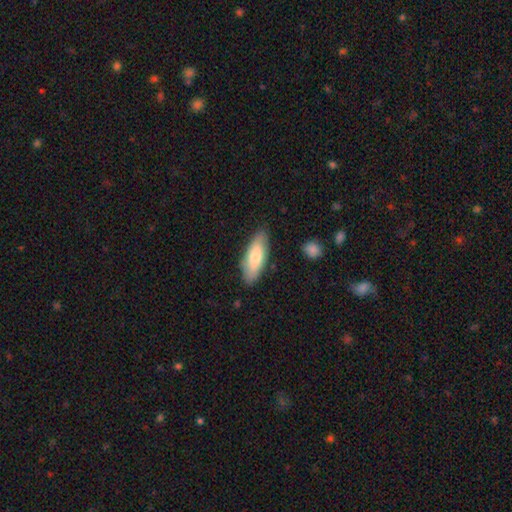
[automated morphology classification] Overall: smooth (75%). How rounded: in between (65%; cigar-shaped 33%). Merging: none (84%).